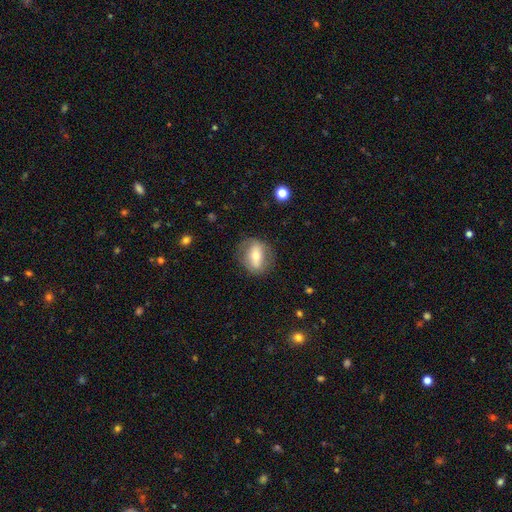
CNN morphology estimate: smooth 47%, featured or disk 46%, star or artifact 7%. Down the decision tree: merging — none (77%).